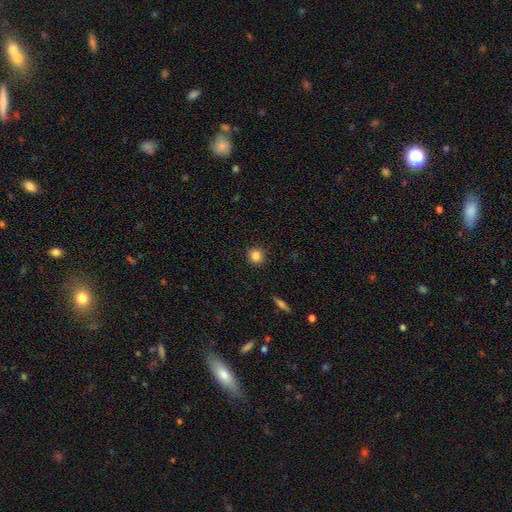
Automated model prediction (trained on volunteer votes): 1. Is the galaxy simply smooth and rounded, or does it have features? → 85% smooth, 10% star or artifact, 5% featured or disk.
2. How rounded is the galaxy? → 90% round, 9% in between, 1% cigar-shaped.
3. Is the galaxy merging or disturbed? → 90% none, 7% minor disturbance, 2% major disturbance, 1% merger.